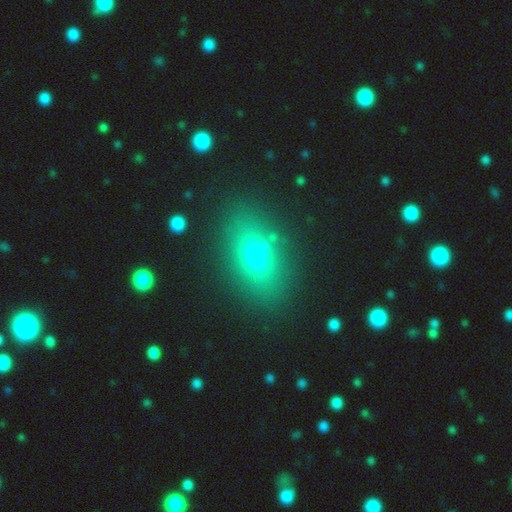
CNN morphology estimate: Q: Smooth or featured?
A: smooth (71%); runner-up: star or artifact (15%)
Q: How rounded?
A: in between (80%); runner-up: round (16%)
Q: Merging?
A: none (85%); runner-up: minor disturbance (9%)